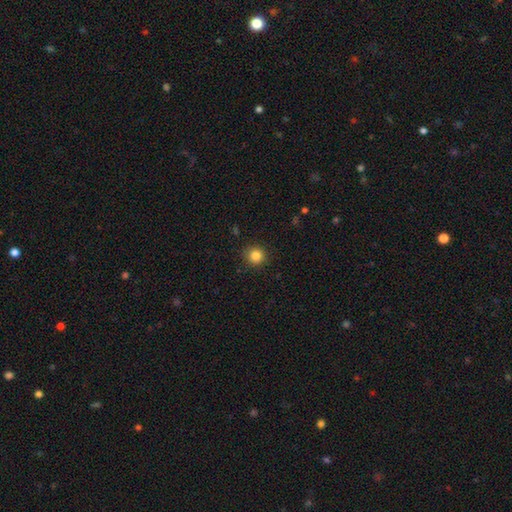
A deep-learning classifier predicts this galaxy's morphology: A smooth galaxy with no disk features (84%) that is round (94%).

Vote fractions:
- Smooth or featured? smooth: 84% / star or artifact: 11% / featured or disk: 5%
- How rounded? round: 94% / in between: 5% / cigar-shaped: 1%
- Merging? none: 91% / minor disturbance: 6% / major disturbance: 2% / merger: 1%